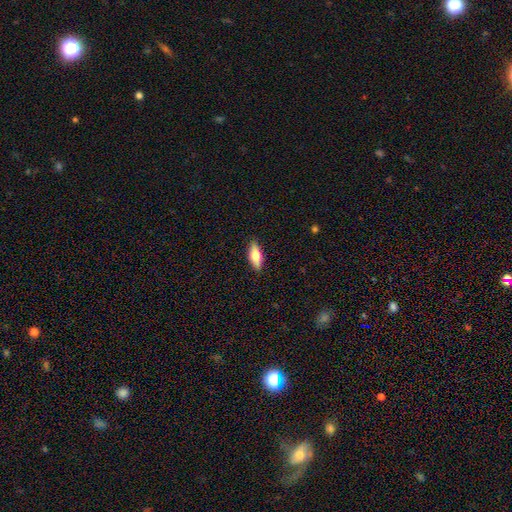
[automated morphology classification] This appears to be a smooth galaxy with no disk features (67%) that is in between round and cigar-shaped (70%). Merging: none (88%).